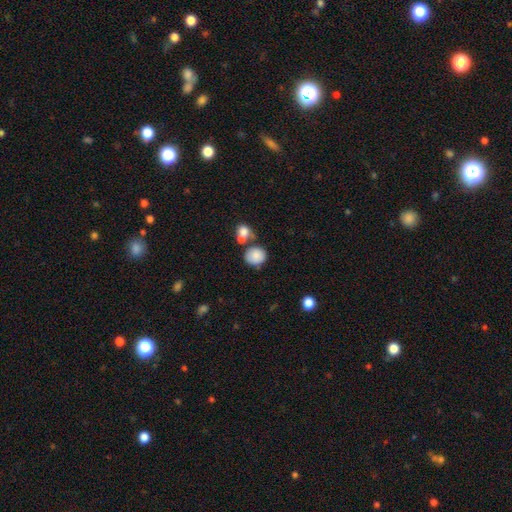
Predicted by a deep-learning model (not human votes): smooth_or_featured: smooth (p=0.83) [alt: featured or disk p=0.09]
how_rounded: round (p=0.79) [alt: in between p=0.20]
merging: none (p=0.52) [alt: merger p=0.30]